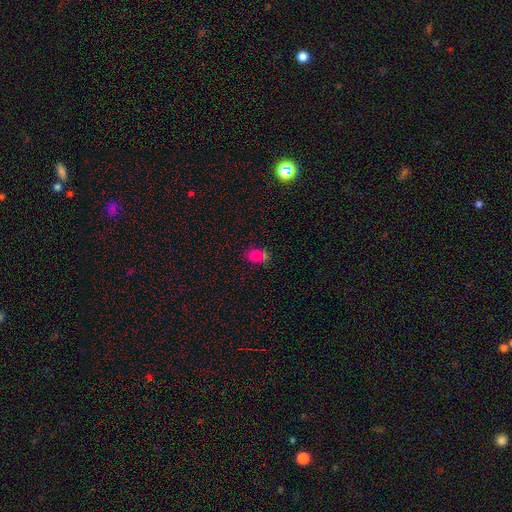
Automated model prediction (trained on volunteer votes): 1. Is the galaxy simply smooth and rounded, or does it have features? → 73% smooth, 18% star or artifact, 9% featured or disk.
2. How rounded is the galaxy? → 62% in between, 37% round, 2% cigar-shaped.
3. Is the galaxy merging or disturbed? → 67% none, 17% minor disturbance, 11% merger, 5% major disturbance.